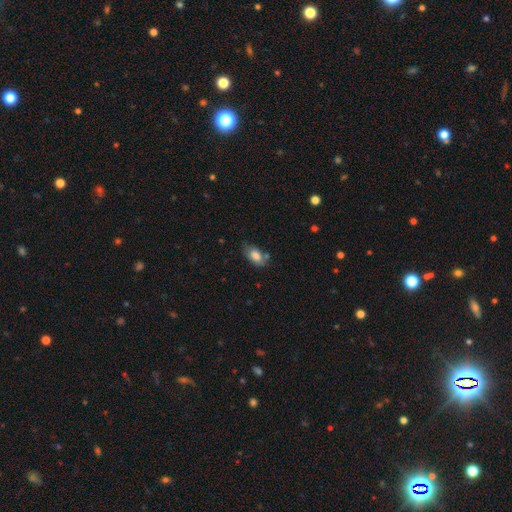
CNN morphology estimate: A smooth galaxy with no disk features (81%) that is in between round and cigar-shaped (90%).

Vote fractions:
- Smooth or featured? smooth: 81% / featured or disk: 11% / star or artifact: 8%
- How rounded? in between: 90% / round: 8% / cigar-shaped: 2%
- Merging? none: 62% / minor disturbance: 25% / merger: 8% / major disturbance: 6%